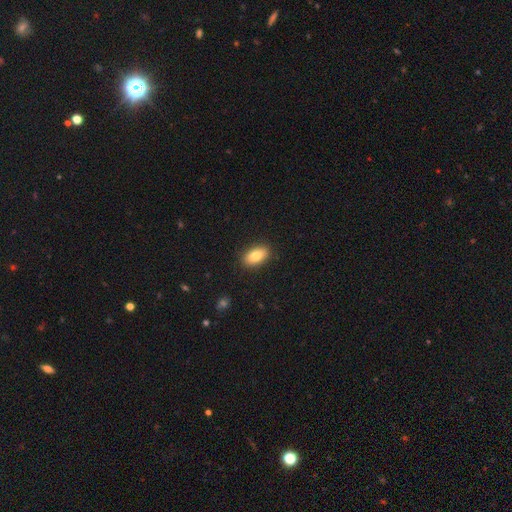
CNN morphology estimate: Smooth or featured: smooth — 81% (featured or disk — 11%)
How rounded: in between — 90% (round — 6%)
Merging: none — 89% (minor disturbance — 8%)